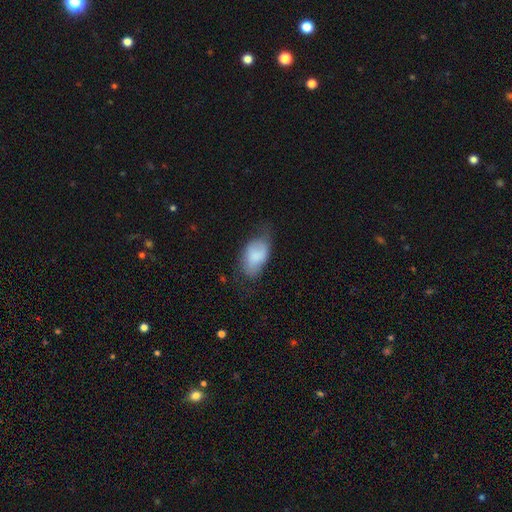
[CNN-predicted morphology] Q: Smooth or featured?
A: smooth (78%); runner-up: featured or disk (15%)
Q: How rounded?
A: in between (93%); runner-up: round (6%)
Q: Merging?
A: none (47%); runner-up: minor disturbance (35%)